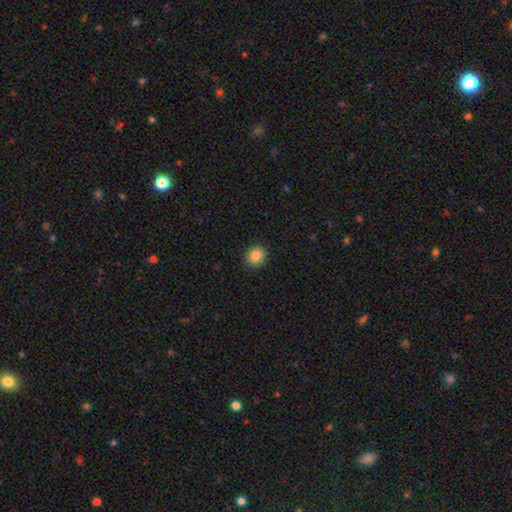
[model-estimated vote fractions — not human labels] Smooth or featured: smooth — 85% (star or artifact — 10%)
How rounded: round — 86% (in between — 13%)
Merging: none — 91% (minor disturbance — 6%)